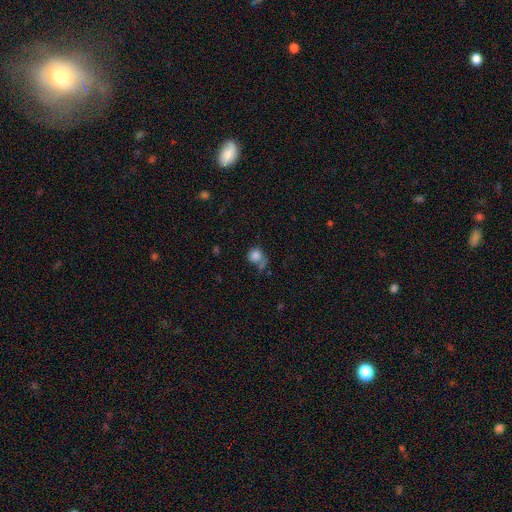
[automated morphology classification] A smooth galaxy with no disk features (80%) that is round (83%).

Vote fractions:
- Smooth or featured? smooth: 80% / star or artifact: 11% / featured or disk: 9%
- How rounded? round: 83% / in between: 16% / cigar-shaped: 1%
- Merging? none: 45% / minor disturbance: 20% / major disturbance: 18% / merger: 17%